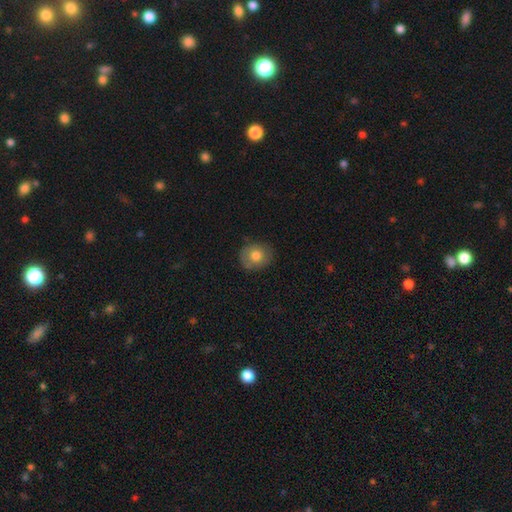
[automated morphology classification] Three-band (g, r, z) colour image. It shows a smooth galaxy with no disk features (74%) that is round (76%). Merging: none (79%).